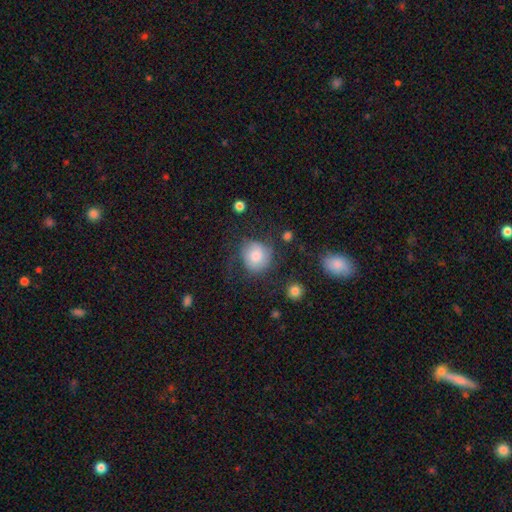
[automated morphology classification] The model was most divided on "merging": none: 56%, minor disturbance: 23%, major disturbance: 19%, merger: 2%. More confident: how rounded — round (79%); smooth or featured — smooth (67%).